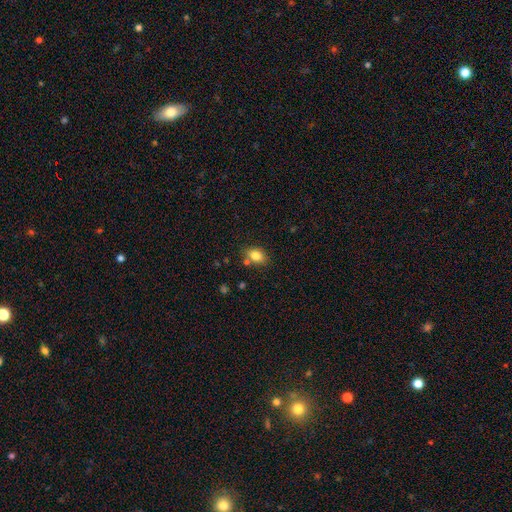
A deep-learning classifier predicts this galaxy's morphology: Overall: smooth (81%). How rounded: in between (73%). Merging: none (72%).